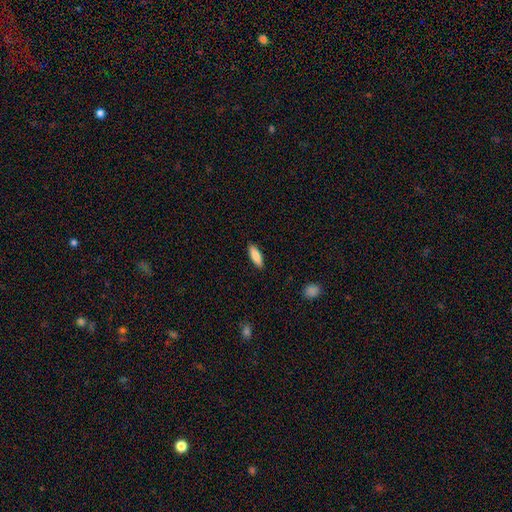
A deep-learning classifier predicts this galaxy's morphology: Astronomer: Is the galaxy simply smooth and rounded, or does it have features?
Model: smooth — 86%.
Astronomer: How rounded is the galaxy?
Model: in between — 54% (runner-up: cigar-shaped, 44%).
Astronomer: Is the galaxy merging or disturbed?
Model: none — 89%.